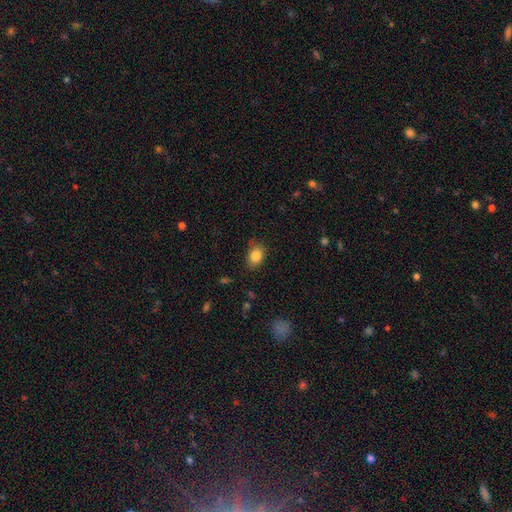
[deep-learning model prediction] This is clearly a smooth galaxy (84%). How rounded: likely in between (72%). Merging: likely none (75%).